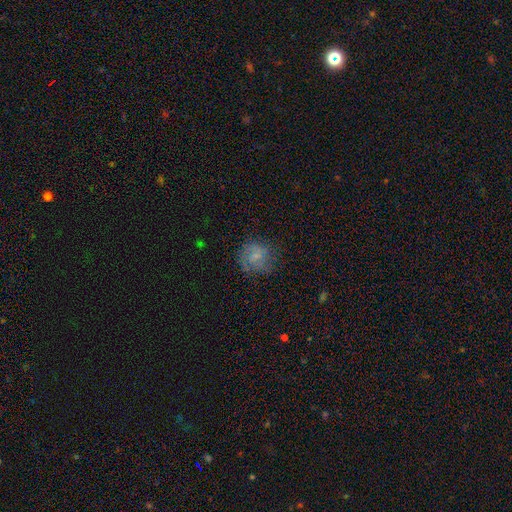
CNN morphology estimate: A smooth galaxy with no disk features (56%) that is round (81%). Merging: none (65%).